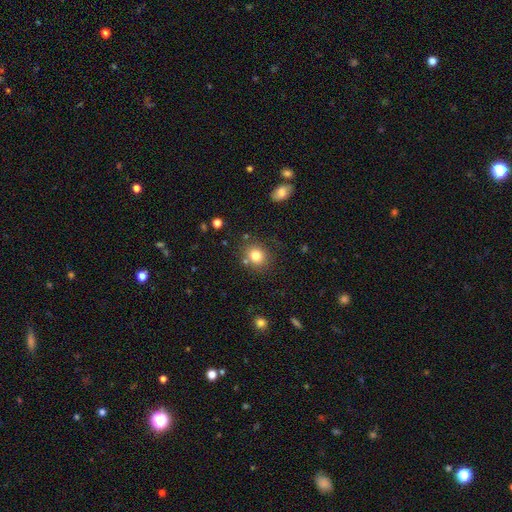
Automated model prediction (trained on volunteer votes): This is clearly a smooth galaxy (81%). How rounded: likely round (74%). Merging: likely none (79%).